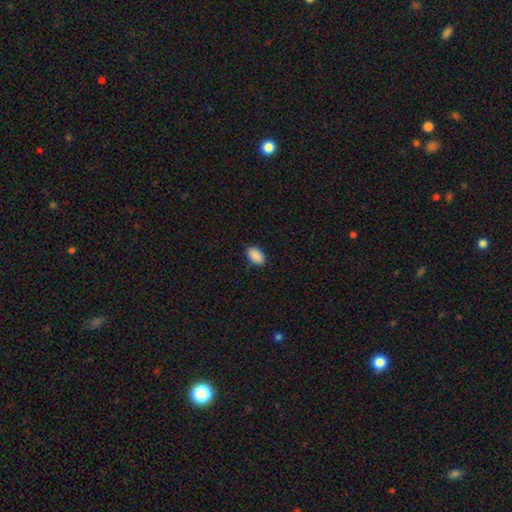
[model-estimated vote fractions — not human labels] The model was most divided on "merging": none: 88%, minor disturbance: 9%, major disturbance: 2%, merger: 1%. More confident: how rounded — in between (91%); smooth or featured — smooth (91%).